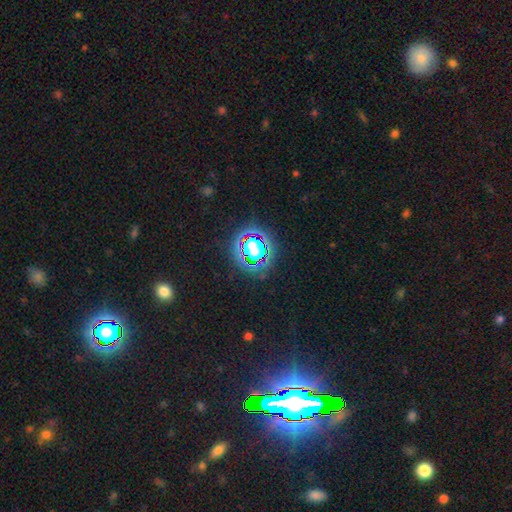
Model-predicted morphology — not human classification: Smooth or featured?
  - star or artifact: 80% *
  - smooth: 11%
  - featured or disk: 9%